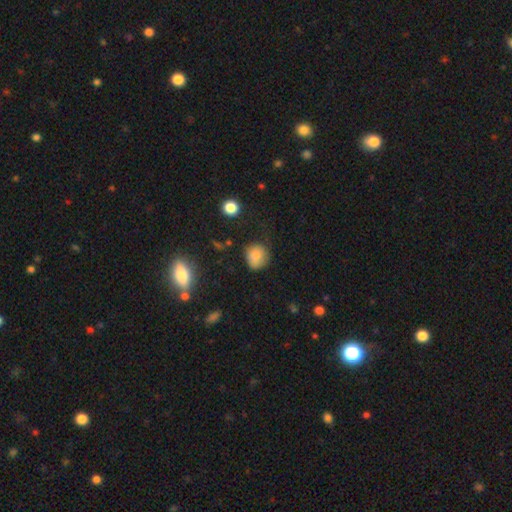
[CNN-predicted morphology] Smooth or featured?
  - smooth: 79% *
  - star or artifact: 11%
  - featured or disk: 10%
How rounded?
  - round: 80% *
  - in between: 19%
  - cigar-shaped: 1%
Merging?
  - none: 65% *
  - minor disturbance: 25%
  - major disturbance: 7%
  - merger: 3%